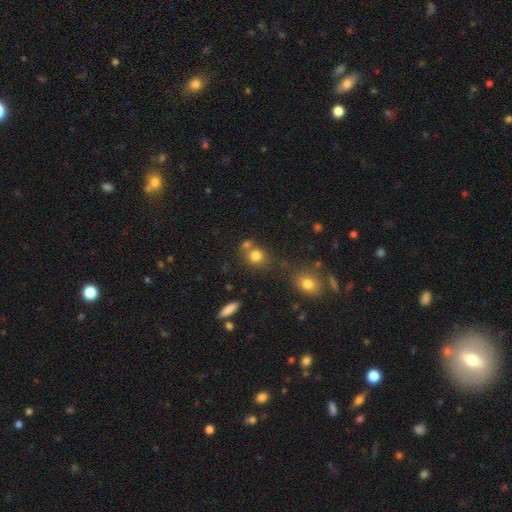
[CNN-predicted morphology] smooth-or-featured: smooth: 80% | star or artifact: 12% | featured or disk: 8%
  how-rounded: round: 75% | in between: 23% | cigar-shaped: 1%
  merging: none: 58% | merger: 27% | minor disturbance: 11% | major disturbance: 4%